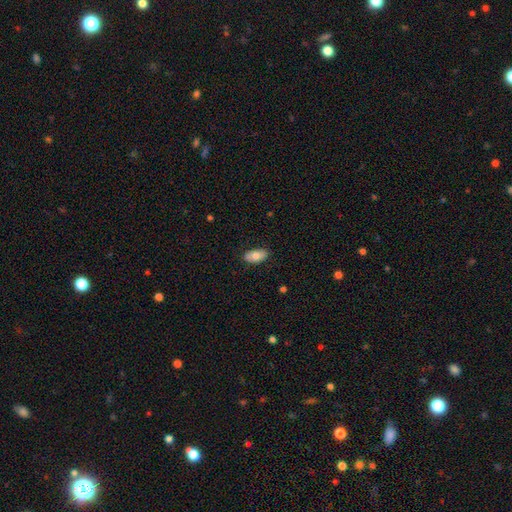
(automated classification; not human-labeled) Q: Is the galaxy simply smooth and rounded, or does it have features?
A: smooth — 74%.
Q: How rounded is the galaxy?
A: in between — 93%.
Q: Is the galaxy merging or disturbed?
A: none — 84%.